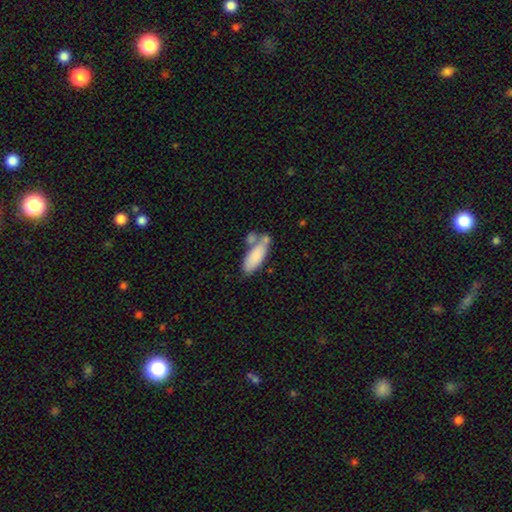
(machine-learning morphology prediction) This appears to be a smooth galaxy with no disk features (81%) that is in between round and cigar-shaped (68%). Merging: none (46%).